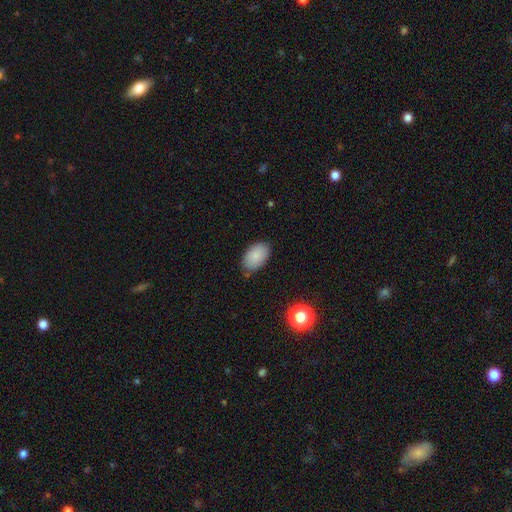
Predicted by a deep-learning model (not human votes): Q: Smooth or featured?
A: smooth (85%); runner-up: star or artifact (8%)
Q: How rounded?
A: in between (93%); runner-up: round (6%)
Q: Merging?
A: none (81%); runner-up: minor disturbance (15%)